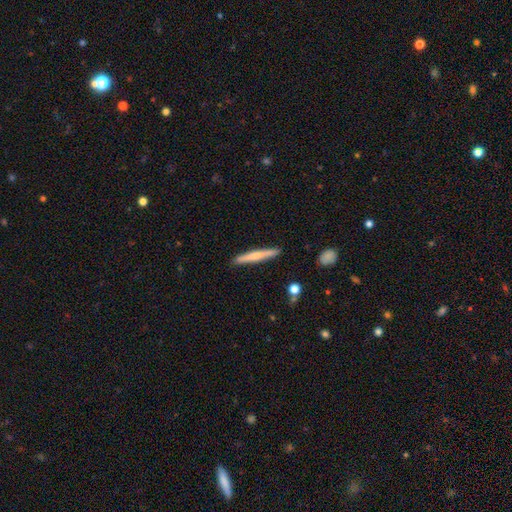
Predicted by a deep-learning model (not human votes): Smooth or featured? Predicted: smooth (p=0.57). How rounded? Predicted: cigar-shaped (p=0.96). Merging? Predicted: none (p=0.90).